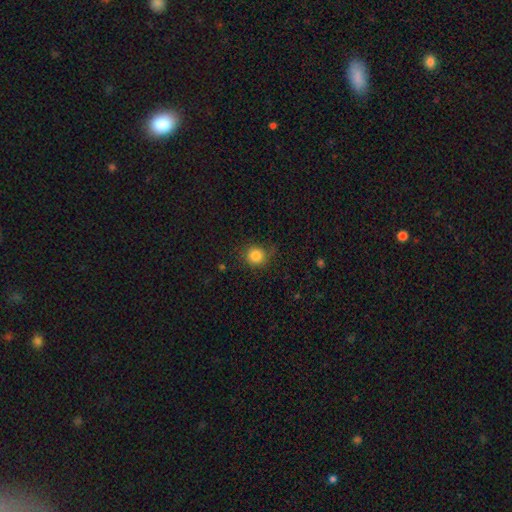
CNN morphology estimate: The model was most divided on "merging": none: 77%, minor disturbance: 17%, major disturbance: 5%, merger: 2%. More confident: how rounded — round (89%); smooth or featured — smooth (84%).